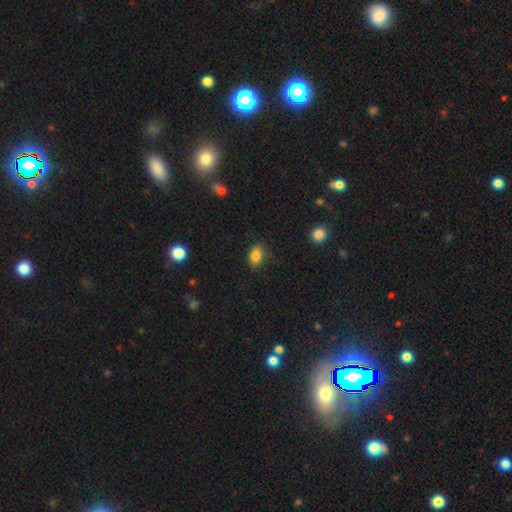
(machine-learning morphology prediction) Overall: smooth (83%). How rounded: in between (81%). Merging: none (80%).